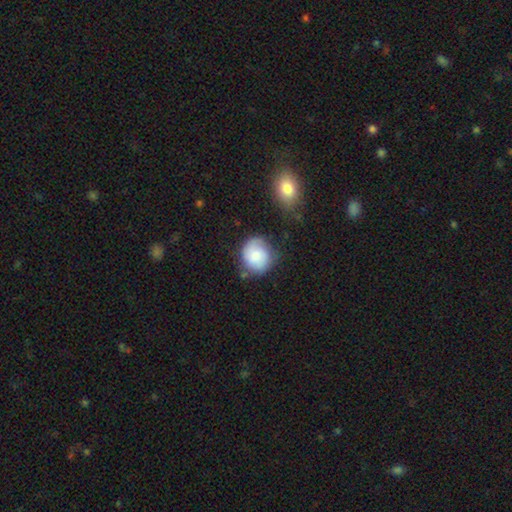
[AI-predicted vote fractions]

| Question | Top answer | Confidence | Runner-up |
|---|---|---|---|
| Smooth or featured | smooth | 65% | featured or disk (27%) |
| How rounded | round | 80% | in between (19%) |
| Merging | none | 65% | minor disturbance (23%) |